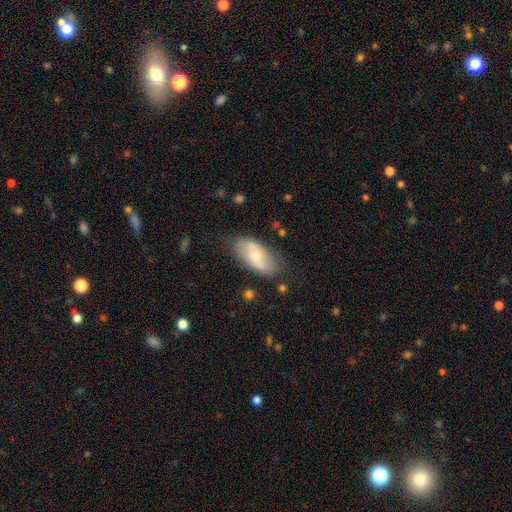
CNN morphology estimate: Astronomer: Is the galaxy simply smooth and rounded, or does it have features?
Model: smooth — 54% (runner-up: featured or disk, 40%).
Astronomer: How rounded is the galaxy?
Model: in between — 92%.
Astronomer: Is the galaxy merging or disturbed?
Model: none — 73%.